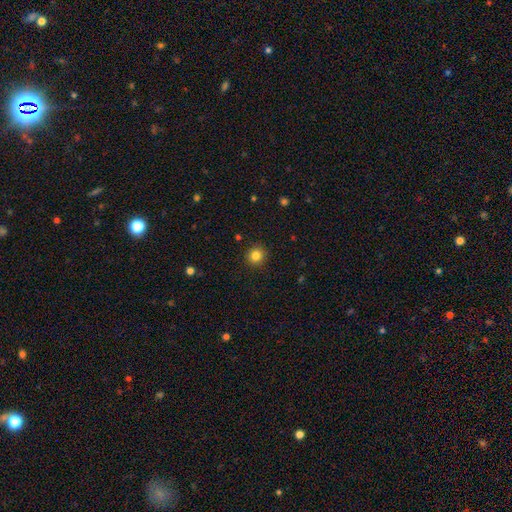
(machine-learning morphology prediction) smooth-or-featured: smooth: 83% | star or artifact: 11% | featured or disk: 5%
  how-rounded: round: 92% | in between: 7% | cigar-shaped: 1%
  merging: none: 92% | minor disturbance: 5% | major disturbance: 2% | merger: 1%